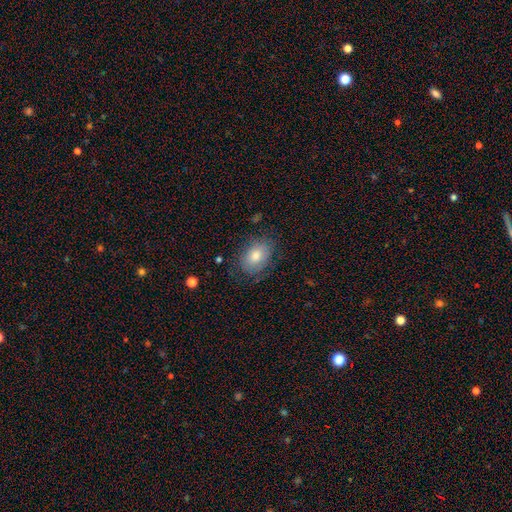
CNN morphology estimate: A smooth galaxy with no disk features (72%) that is in between round and cigar-shaped (73%).

Vote fractions:
- Smooth or featured? smooth: 72% / featured or disk: 19% / star or artifact: 9%
- How rounded? in between: 73% / round: 25% / cigar-shaped: 1%
- Merging? none: 74% / minor disturbance: 18% / major disturbance: 6% / merger: 1%